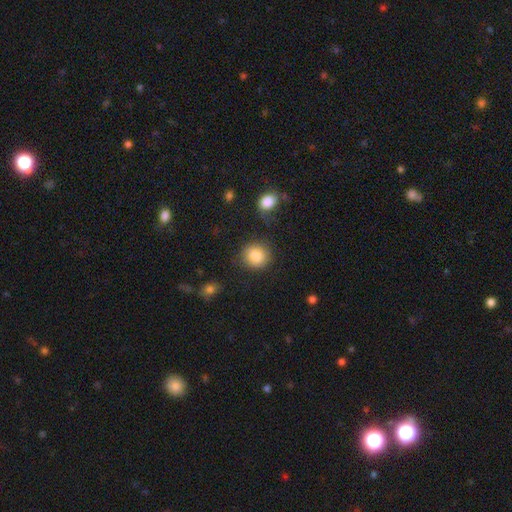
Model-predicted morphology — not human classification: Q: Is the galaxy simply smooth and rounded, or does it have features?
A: smooth — 85%.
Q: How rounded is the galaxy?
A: round — 87%.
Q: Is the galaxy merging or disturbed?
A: none — 83%.